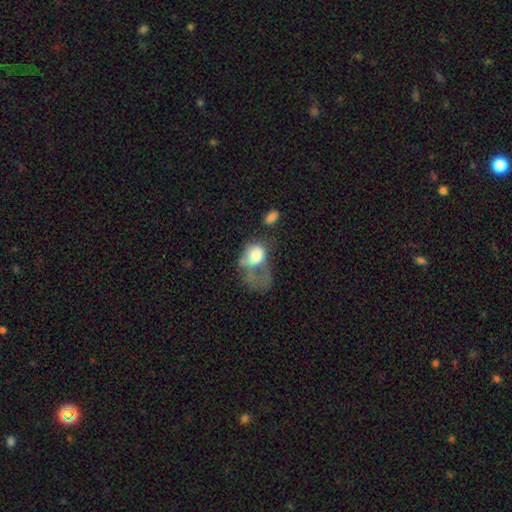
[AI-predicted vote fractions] A smooth galaxy with no disk features (62%) that is in between round and cigar-shaped (64%). Merging: major disturbance (62%).